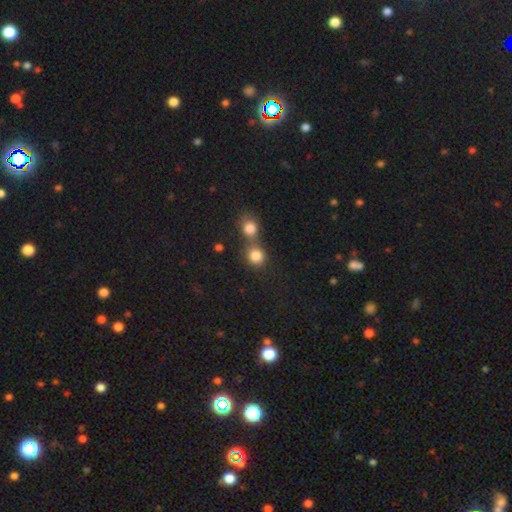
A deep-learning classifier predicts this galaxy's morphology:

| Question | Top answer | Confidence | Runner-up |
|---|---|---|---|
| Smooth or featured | smooth | 82% | star or artifact (11%) |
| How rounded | round | 86% | in between (13%) |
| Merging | merger | 48% | none (42%) |